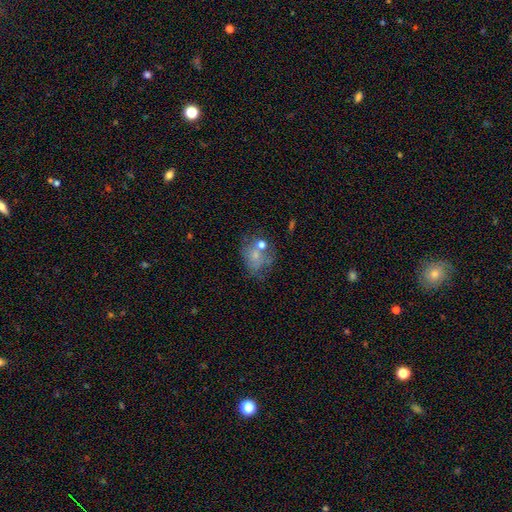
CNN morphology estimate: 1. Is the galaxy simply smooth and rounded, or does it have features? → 51% smooth, 35% featured or disk, 14% star or artifact.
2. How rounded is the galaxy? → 49% round (tied), 49% in between (tied), 1% cigar-shaped.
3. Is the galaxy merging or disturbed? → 37% none, 23% merger, 21% minor disturbance, 20% major disturbance.